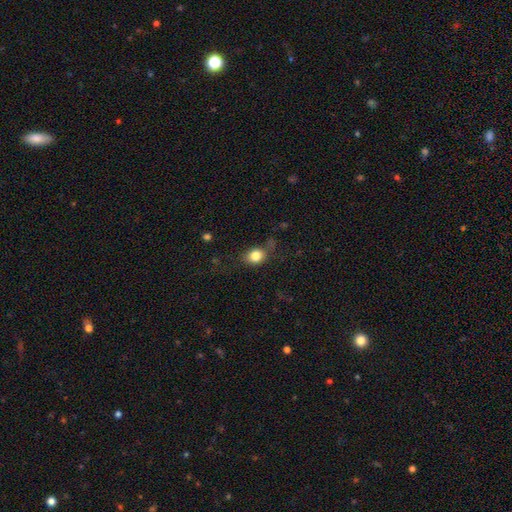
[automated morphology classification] Smooth or featured? Predicted: smooth (p=0.81). How rounded? Predicted: round (p=0.54). Merging? Predicted: none (p=0.67).